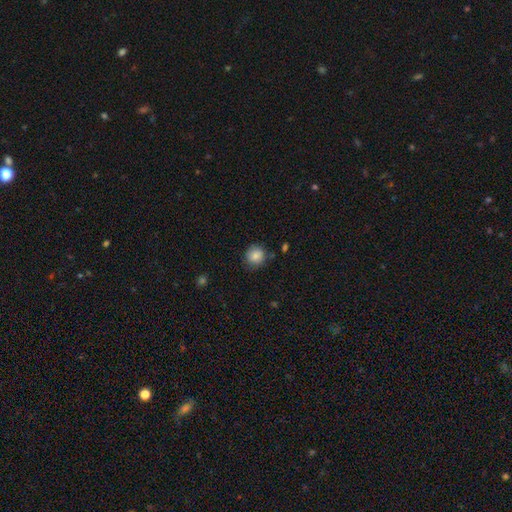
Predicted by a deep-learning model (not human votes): Smooth or featured? Predicted: smooth (p=0.84). How rounded? Predicted: round (p=0.89). Merging? Predicted: none (p=0.82).